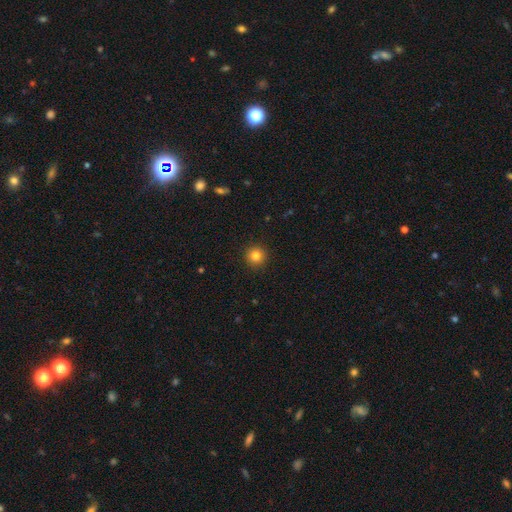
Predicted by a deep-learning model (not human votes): This appears to be a smooth galaxy with no disk features (82%) that is round (95%). Merging: none (92%).